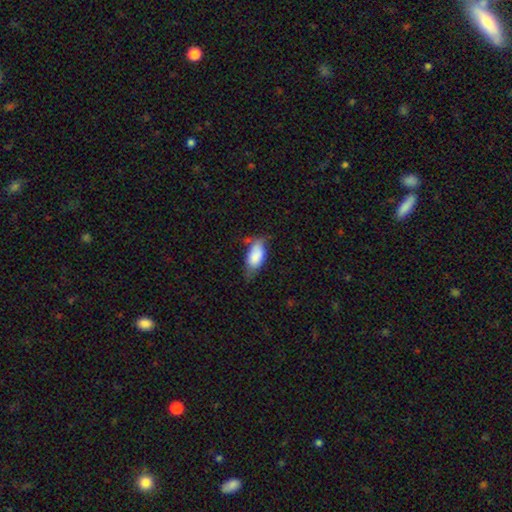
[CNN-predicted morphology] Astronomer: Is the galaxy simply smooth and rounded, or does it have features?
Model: smooth — 81%.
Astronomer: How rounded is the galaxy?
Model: in between — 90%.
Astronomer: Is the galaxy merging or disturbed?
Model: none — 44% (runner-up: minor disturbance, 39%).